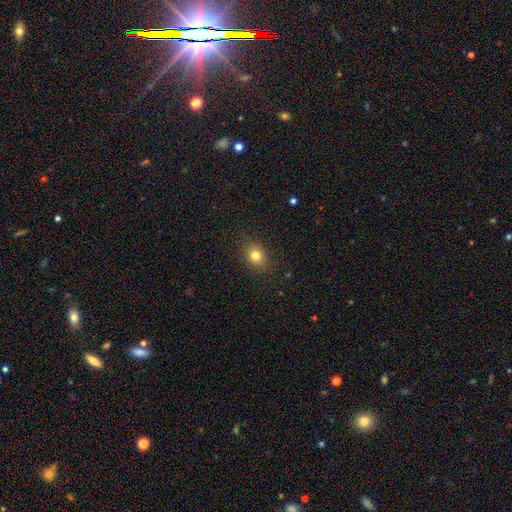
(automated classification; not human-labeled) smooth 79%, star or artifact 12%, featured or disk 9%. Down the decision tree: how rounded — round (52%); merging — none (87%).